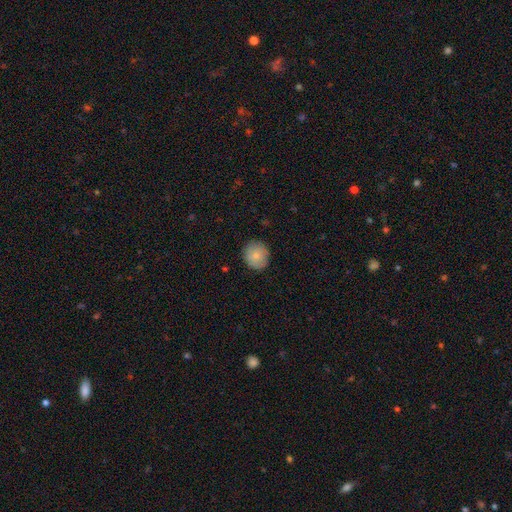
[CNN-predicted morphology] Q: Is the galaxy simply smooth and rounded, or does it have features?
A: smooth — 82%.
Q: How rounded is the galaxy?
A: round — 81%.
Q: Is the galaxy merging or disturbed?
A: none — 86%.